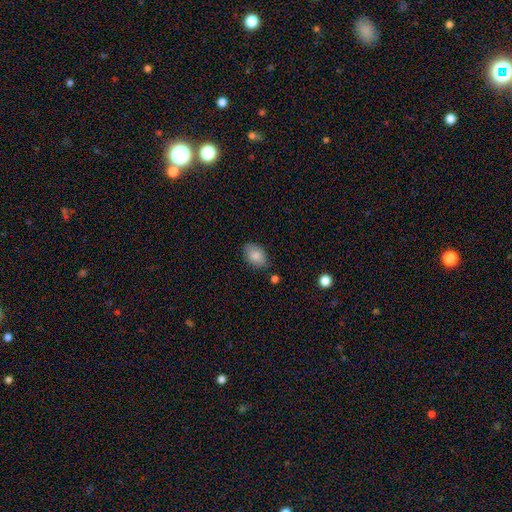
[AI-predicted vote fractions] A smooth galaxy with no disk features (84%) that is in between round and cigar-shaped (88%).

Vote fractions:
- Smooth or featured? smooth: 84% / featured or disk: 8% / star or artifact: 7%
- How rounded? in between: 88% / round: 11% / cigar-shaped: 1%
- Merging? none: 76% / minor disturbance: 17% / major disturbance: 3% / merger: 3%